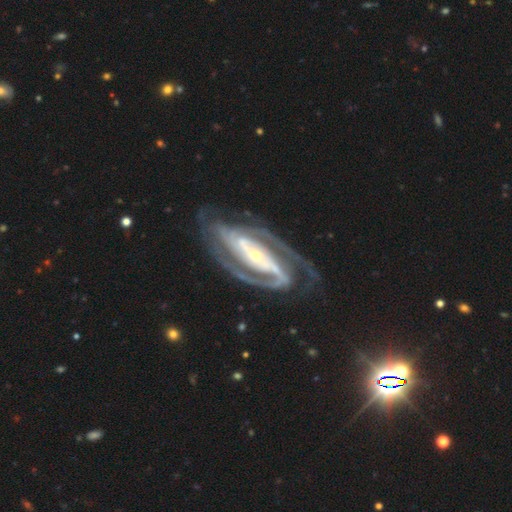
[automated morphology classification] A featured or disk galaxy (93%) with a strong bar (59%), 2 (75%) tight (52%) spiral arms (98%) and a small central bulge (70%). Merging: none (74%).